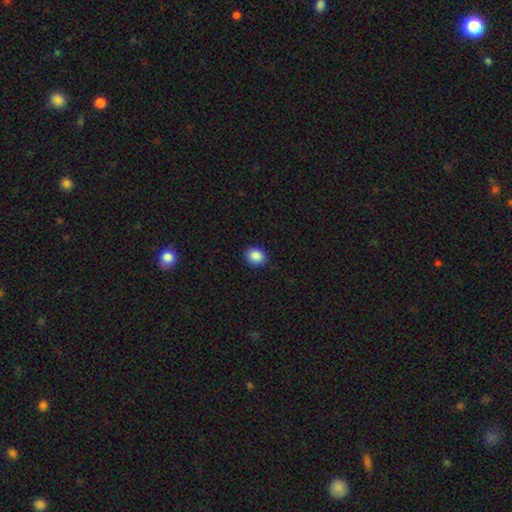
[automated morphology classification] A smooth galaxy with no disk features (88%) that is round (60%). Merging: none (89%).